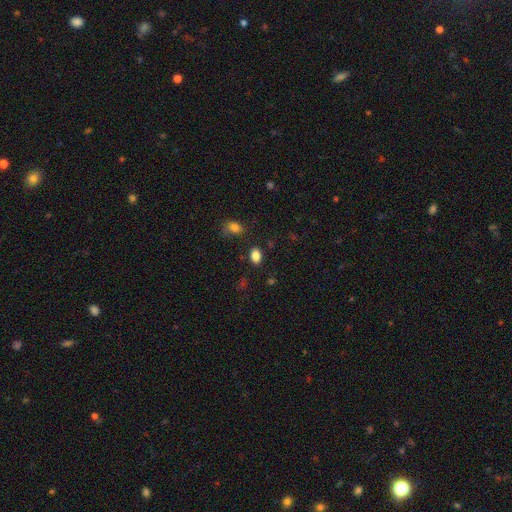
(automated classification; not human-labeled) This appears to be a smooth galaxy with no disk features (85%) that is in between round and cigar-shaped (80%). Merging: none (83%).